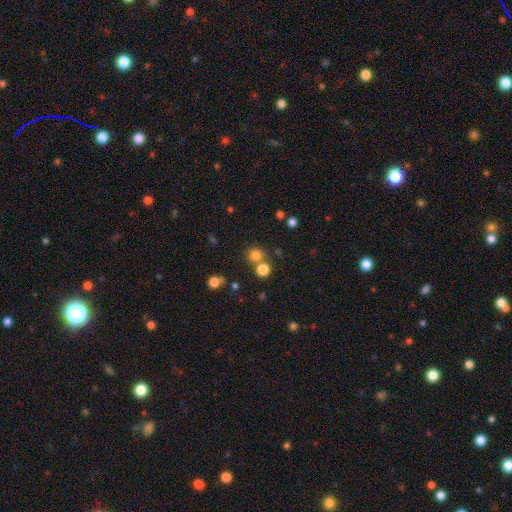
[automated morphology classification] This is likely a smooth galaxy (76%). How rounded: clearly round (90%). Merging: likely none (69%).